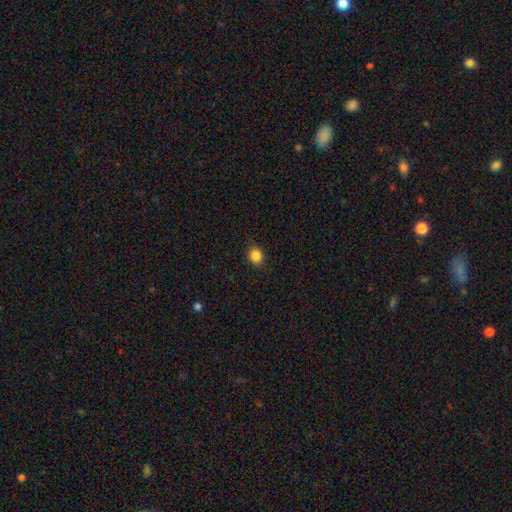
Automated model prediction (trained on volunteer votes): Smooth or featured? smooth (86%)
How rounded? round (66%)
Merging? none (89%)